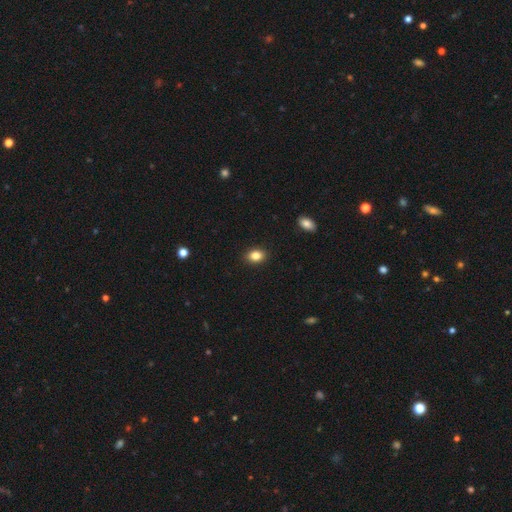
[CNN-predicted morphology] Smooth or featured: smooth — 85% (star or artifact — 10%)
How rounded: in between — 68% (round — 31%)
Merging: none — 90% (minor disturbance — 7%)